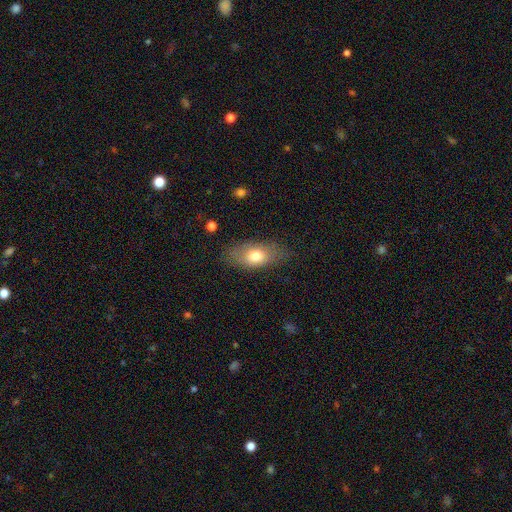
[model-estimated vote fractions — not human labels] smooth_or_featured: smooth (p=0.73) [alt: featured or disk p=0.19]
how_rounded: in between (p=0.83) [alt: round p=0.09]
merging: none (p=0.76) [alt: minor disturbance p=0.17]